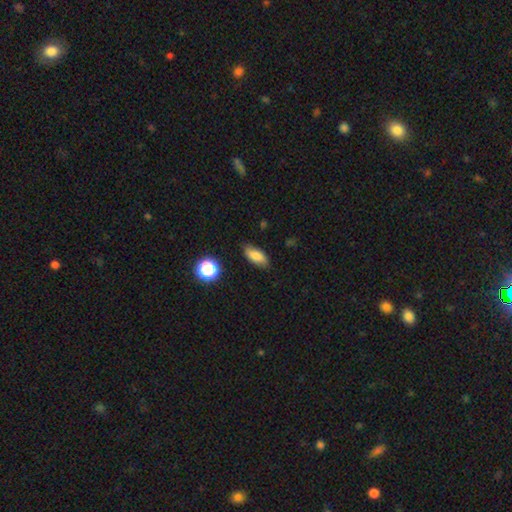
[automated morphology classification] smooth 81%, star or artifact 10%, featured or disk 9%. Down the decision tree: how rounded — in between (83%); merging — none (81%).